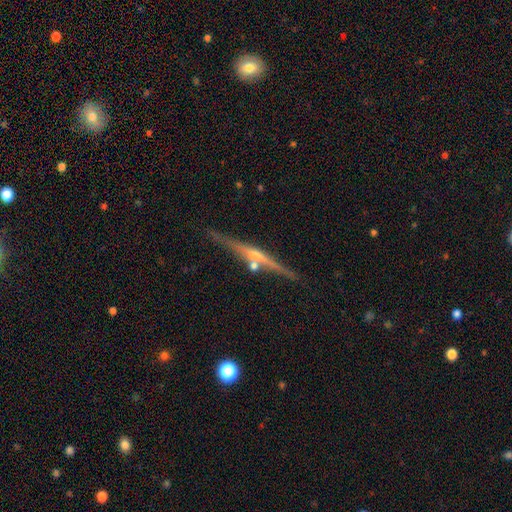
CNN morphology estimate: Overall: featured or disk (77%). Edge-on disk: yes (97%). Edge-on bulge: rounded (75%). Merging: none (78%).